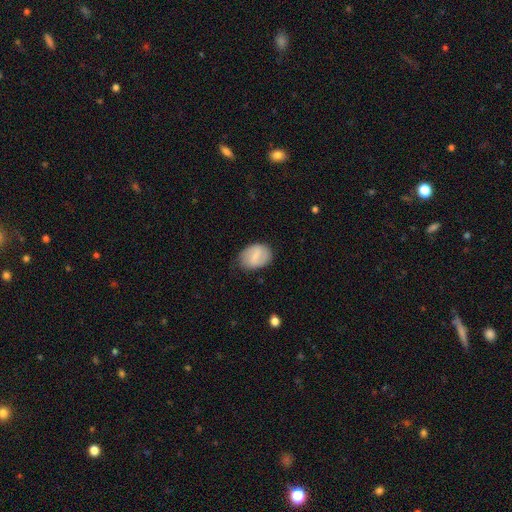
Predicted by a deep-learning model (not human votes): Smooth or featured? smooth (56%)
How rounded? in between (75%)
Merging? none (77%)